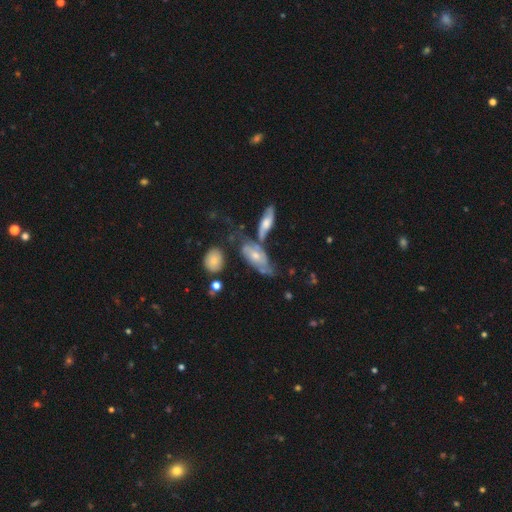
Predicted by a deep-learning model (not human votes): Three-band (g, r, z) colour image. It shows a featured or disk galaxy (53%). Merging: none (31%, tied with merger).